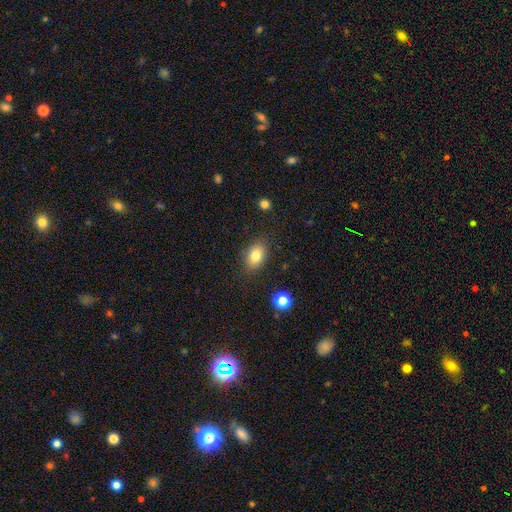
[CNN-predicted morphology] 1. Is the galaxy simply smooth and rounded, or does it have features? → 82% smooth, 9% star or artifact, 9% featured or disk.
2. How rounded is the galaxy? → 79% in between, 20% round, 1% cigar-shaped.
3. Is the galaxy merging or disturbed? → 83% none, 12% minor disturbance, 3% major disturbance, 2% merger.